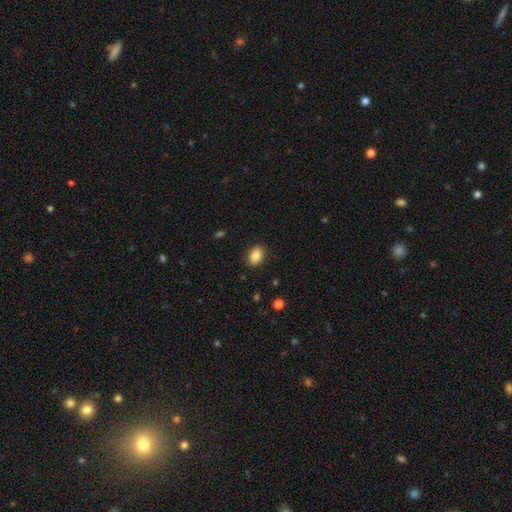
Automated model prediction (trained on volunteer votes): This is clearly a smooth galaxy (86%). How rounded: clearly in between (80%). Merging: clearly none (89%).